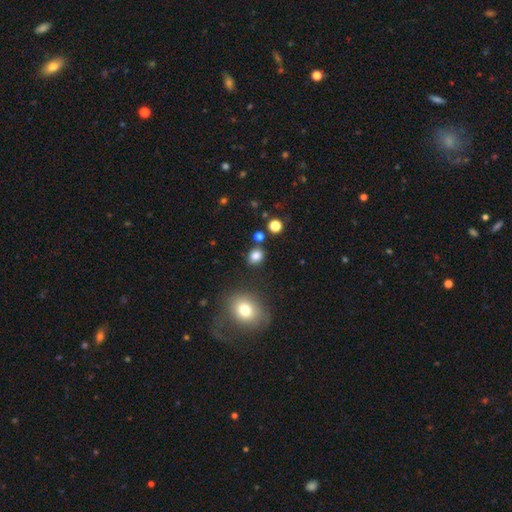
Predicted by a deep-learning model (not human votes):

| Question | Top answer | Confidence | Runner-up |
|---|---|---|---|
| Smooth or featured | smooth | 83% | star or artifact (12%) |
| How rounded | round | 57% | in between (42%) |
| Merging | none | 82% | minor disturbance (10%) |